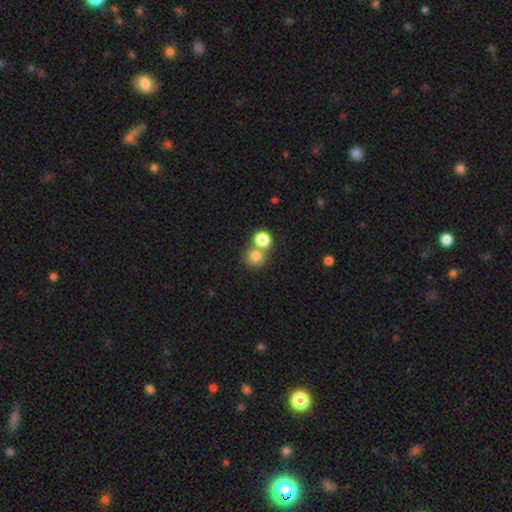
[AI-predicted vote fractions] Q: Smooth or featured?
A: smooth (79%); runner-up: star or artifact (13%)
Q: How rounded?
A: round (89%); runner-up: in between (10%)
Q: Merging?
A: none (55%); runner-up: merger (36%)